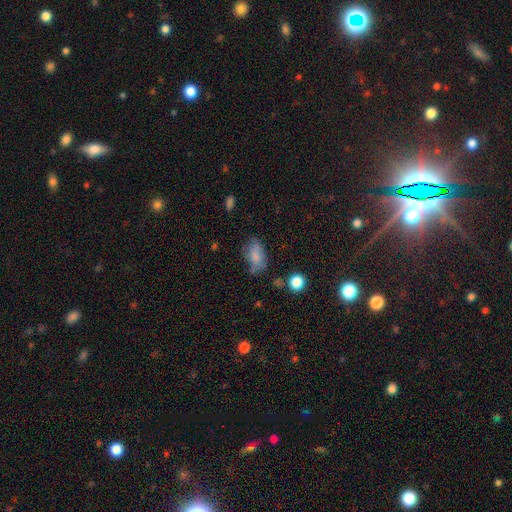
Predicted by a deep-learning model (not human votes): Morphology: type=smooth (77%); roundness=in between (90%); merging=none (53%).